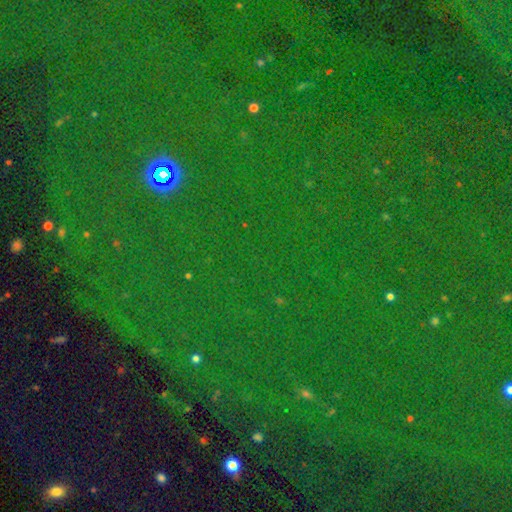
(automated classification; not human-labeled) smooth_or_featured: star or artifact (p=0.79) [alt: smooth p=0.13]